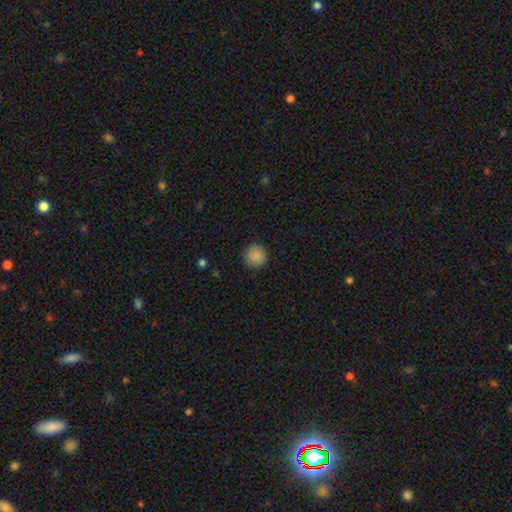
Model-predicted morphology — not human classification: Smooth or featured: smooth — 87% (star or artifact — 8%)
How rounded: round — 94% (in between — 5%)
Merging: none — 88% (minor disturbance — 9%)